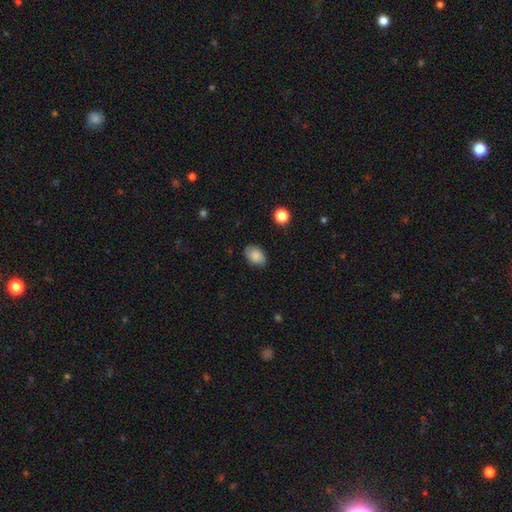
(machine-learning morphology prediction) A smooth galaxy with no disk features (86%) that is in between round and cigar-shaped (84%).

Vote fractions:
- Smooth or featured? smooth: 86% / star or artifact: 8% / featured or disk: 6%
- How rounded? in between: 84% / round: 15% / cigar-shaped: 1%
- Merging? none: 82% / minor disturbance: 14% / major disturbance: 3% / merger: 1%